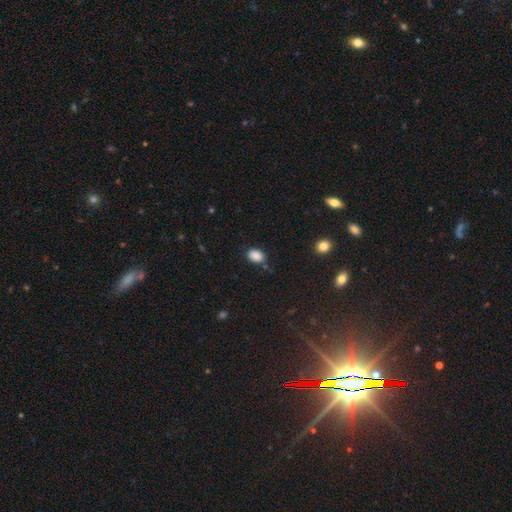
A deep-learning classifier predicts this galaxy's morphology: smooth_or_featured: smooth (p=0.87) [alt: star or artifact p=0.09]
how_rounded: in between (p=0.81) [alt: round p=0.17]
merging: none (p=0.75) [alt: minor disturbance p=0.18]